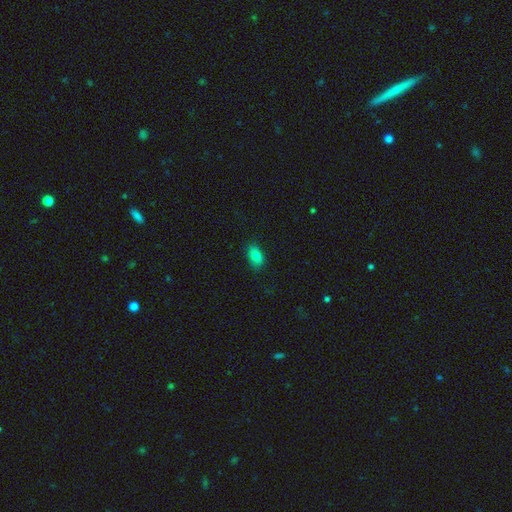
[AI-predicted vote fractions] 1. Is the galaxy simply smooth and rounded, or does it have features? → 83% smooth, 10% star or artifact, 7% featured or disk.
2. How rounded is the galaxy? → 89% in between, 8% round, 2% cigar-shaped.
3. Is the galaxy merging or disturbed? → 83% none, 13% minor disturbance, 3% major disturbance, 1% merger.